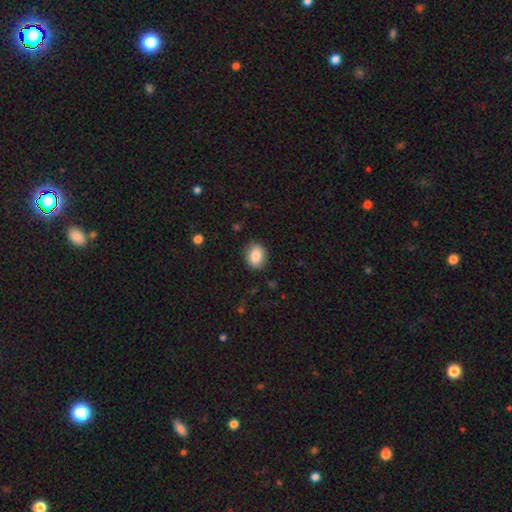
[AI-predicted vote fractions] A smooth galaxy with no disk features (86%) that is in between round and cigar-shaped (65%).

Vote fractions:
- Smooth or featured? smooth: 86% / star or artifact: 8% / featured or disk: 6%
- How rounded? in between: 65% / round: 34% / cigar-shaped: 1%
- Merging? none: 86% / minor disturbance: 10% / major disturbance: 3% / merger: 1%